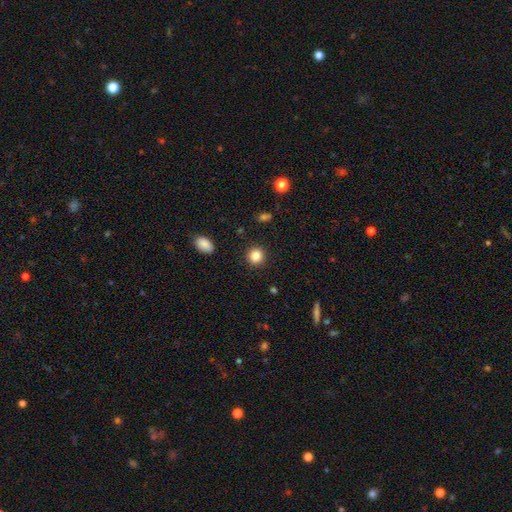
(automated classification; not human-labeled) This is clearly a smooth galaxy (86%). How rounded: clearly round (90%). Merging: clearly none (91%).